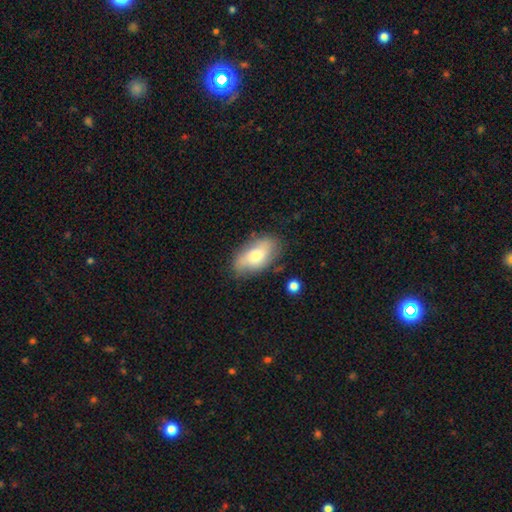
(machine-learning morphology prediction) smooth 68%, featured or disk 25%, star or artifact 7%. Down the decision tree: how rounded — in between (93%); merging — none (69%).